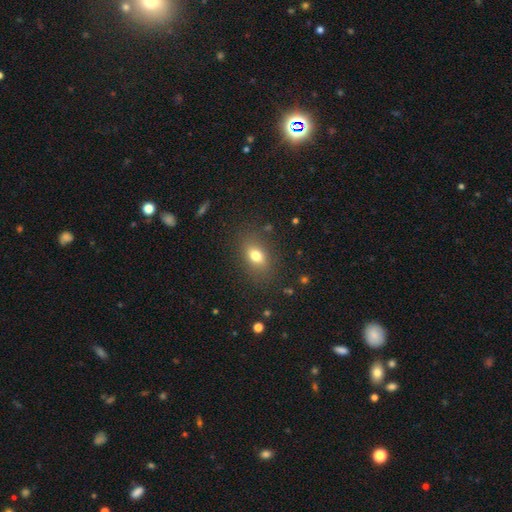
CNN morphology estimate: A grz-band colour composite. It shows a smooth galaxy with no disk features (75%) that is in between round and cigar-shaped (76%). Merging: none (82%).